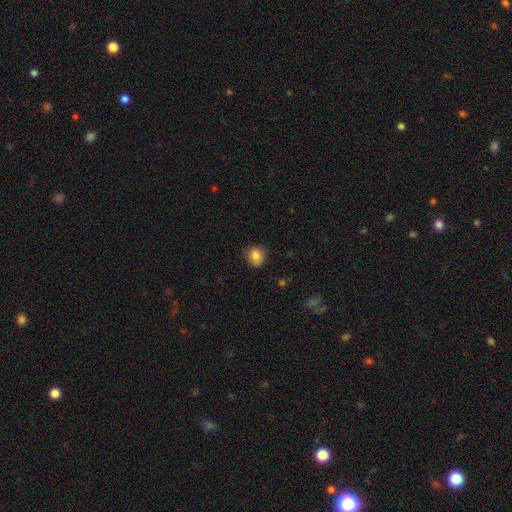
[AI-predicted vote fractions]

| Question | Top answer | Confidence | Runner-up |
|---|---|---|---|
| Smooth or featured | smooth | 82% | star or artifact (9%) |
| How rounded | round | 66% | in between (33%) |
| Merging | none | 71% | minor disturbance (23%) |